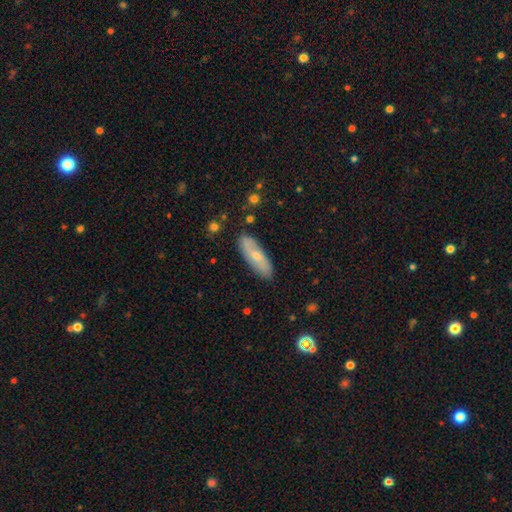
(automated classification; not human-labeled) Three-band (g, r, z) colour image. It shows a smooth galaxy with no disk features (52%) that is in between round and cigar-shaped (55%). Merging: none (84%).